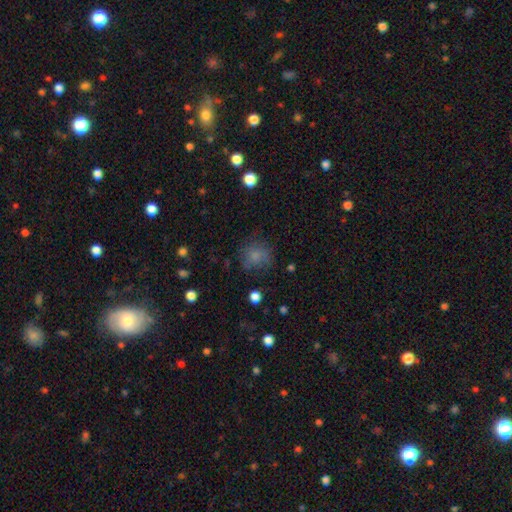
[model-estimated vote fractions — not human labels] smooth_or_featured: smooth (p=0.74) [alt: featured or disk p=0.13]
how_rounded: round (p=0.77) [alt: in between p=0.22]
merging: none (p=0.64) [alt: minor disturbance p=0.21]